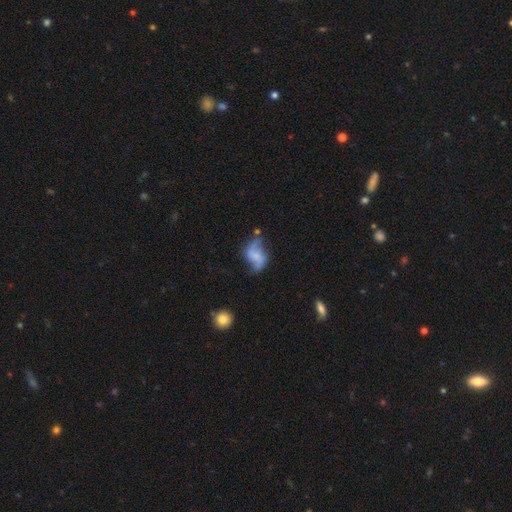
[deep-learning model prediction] Smooth or featured? featured or disk (67%)
Edge-on disk? no (97%)
Bar? no (46%)
Spiral arms? yes (88%)
Spiral winding? loose (76%)
Spiral arm count? 2 (88%)
Bulge size? none (40%)
Merging? none (49%)